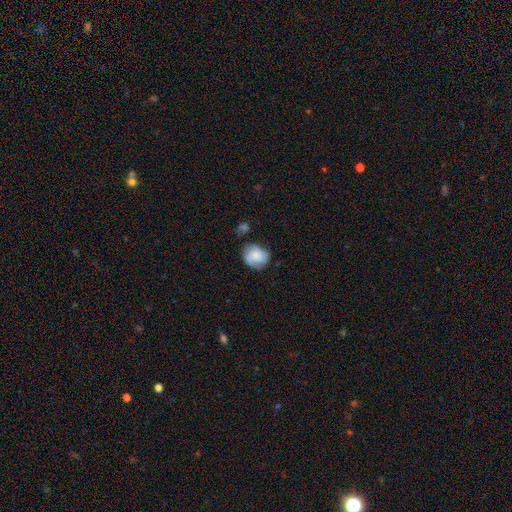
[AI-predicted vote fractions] The model was most divided on "merging": none: 56%, minor disturbance: 28%, major disturbance: 10%, merger: 6%. More confident: how rounded — round (65%); smooth or featured — smooth (63%).